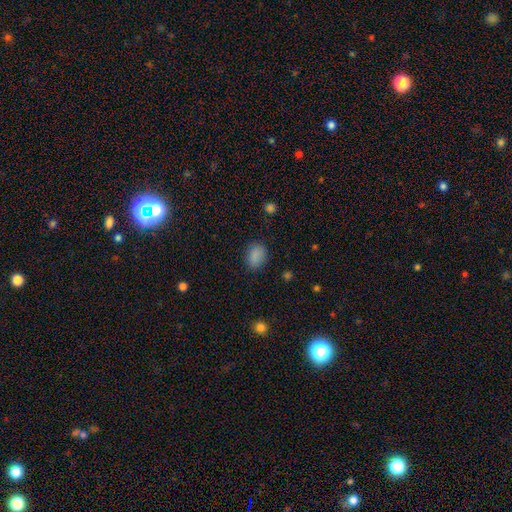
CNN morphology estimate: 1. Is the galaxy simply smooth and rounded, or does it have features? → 85% smooth, 11% star or artifact, 4% featured or disk.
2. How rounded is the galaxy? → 72% in between, 26% round, 1% cigar-shaped.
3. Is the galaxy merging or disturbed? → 81% none, 14% minor disturbance, 4% major disturbance, 1% merger.